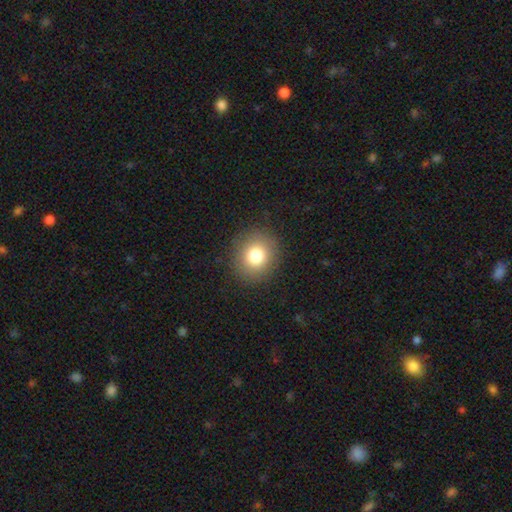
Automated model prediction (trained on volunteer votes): This is likely a smooth galaxy (80%). How rounded: likely round (80%). Merging: clearly none (89%).